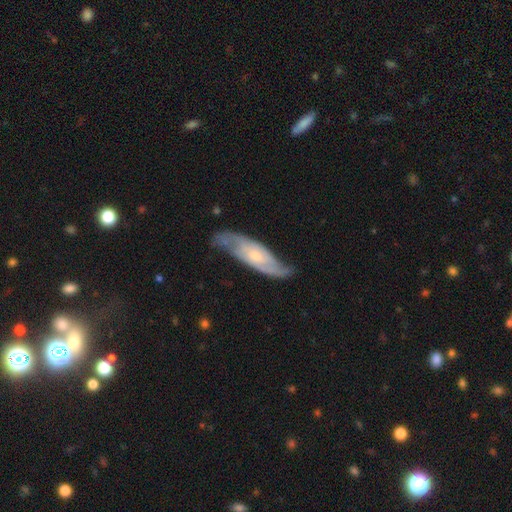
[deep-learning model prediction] Smooth or featured? featured or disk (76%)
Edge-on disk? no (81%)
Bar? no (64%)
Spiral arms? yes (91%)
Spiral winding? medium (43%)
Spiral arm count? 2 (78%)
Bulge size? small (56%)
Merging? none (70%)